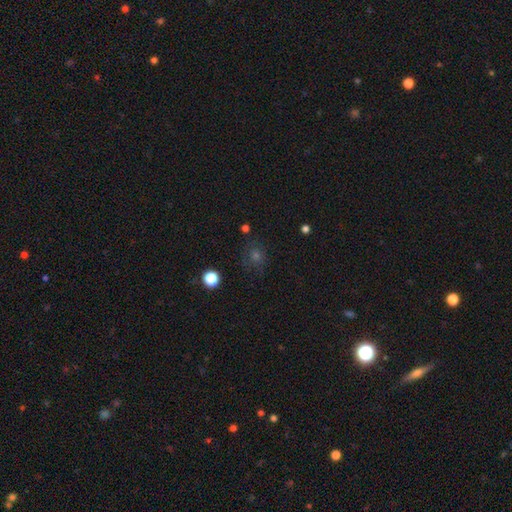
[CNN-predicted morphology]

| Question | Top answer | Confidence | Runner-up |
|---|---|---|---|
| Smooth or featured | smooth | 52% | star or artifact (35%) |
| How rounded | round | 82% | in between (17%) |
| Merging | none | 80% | minor disturbance (12%) |